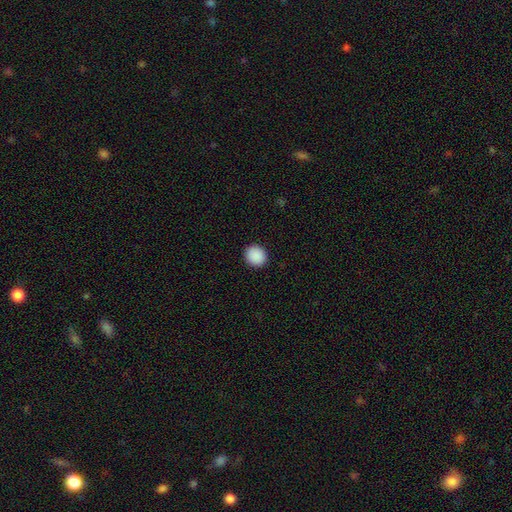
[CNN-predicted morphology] Smooth or featured? Predicted: smooth (p=0.90). How rounded? Predicted: round (p=0.84). Merging? Predicted: none (p=0.92).